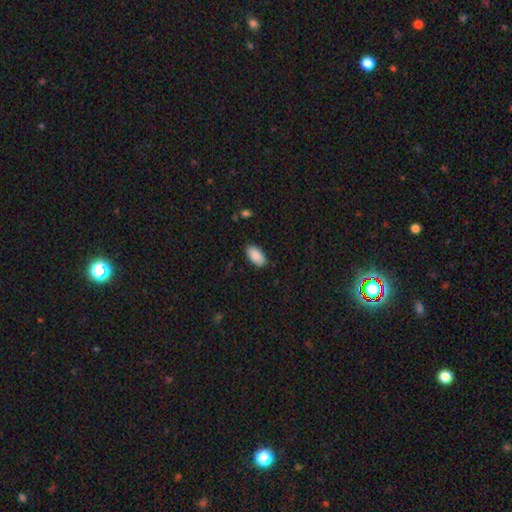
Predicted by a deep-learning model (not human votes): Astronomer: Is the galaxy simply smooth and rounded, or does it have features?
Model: smooth — 90%.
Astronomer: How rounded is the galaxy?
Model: in between — 95%.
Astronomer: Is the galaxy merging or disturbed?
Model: none — 87%.